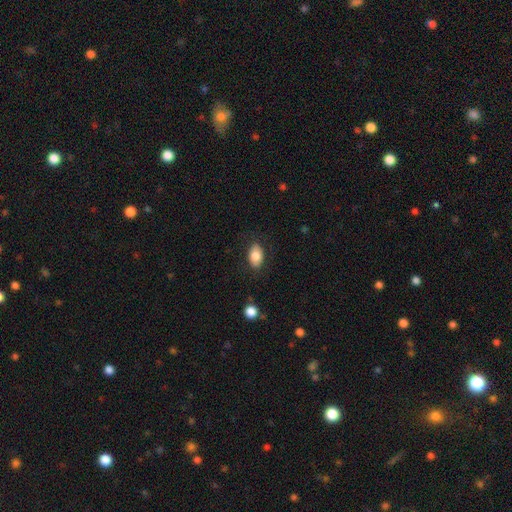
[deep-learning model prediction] A smooth galaxy with no disk features (83%) that is in between round and cigar-shaped (90%).

Vote fractions:
- Smooth or featured? smooth: 83% / featured or disk: 10% / star or artifact: 7%
- How rounded? in between: 90% / round: 9% / cigar-shaped: 2%
- Merging? none: 83% / minor disturbance: 12% / major disturbance: 4% / merger: 1%